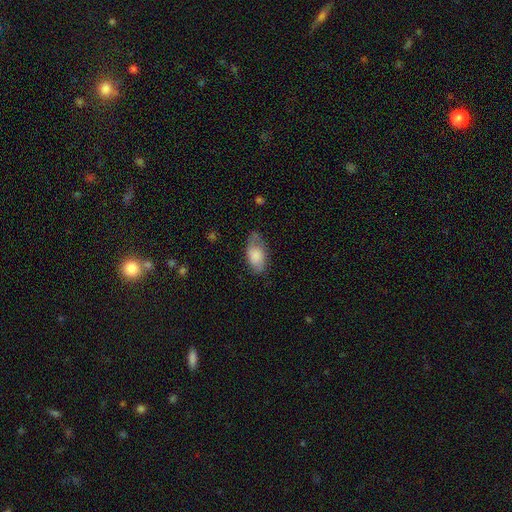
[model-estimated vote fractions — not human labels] A smooth galaxy with no disk features (68%) that is in between round and cigar-shaped (92%).

Vote fractions:
- Smooth or featured? smooth: 68% / featured or disk: 25% / star or artifact: 7%
- How rounded? in between: 92% / round: 4% / cigar-shaped: 3%
- Merging? none: 57% / minor disturbance: 30% / major disturbance: 11% / merger: 2%